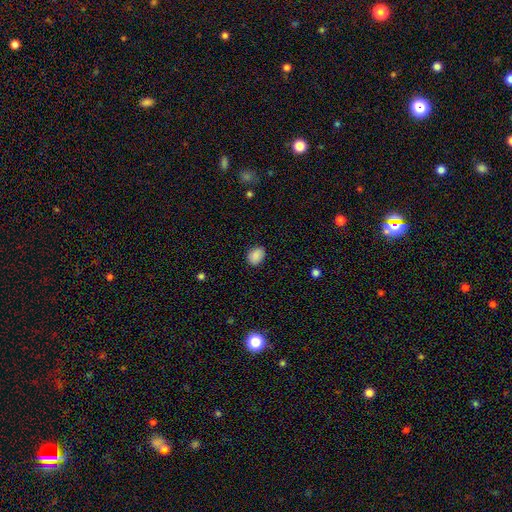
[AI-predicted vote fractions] Overall: smooth (88%). How rounded: in between (71%). Merging: none (84%).